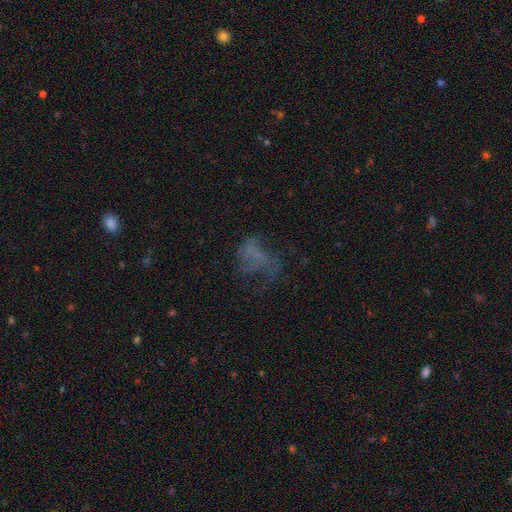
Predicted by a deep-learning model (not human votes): Overall: featured or disk (41%; smooth 33%). Merging: major disturbance (41%; none 38%).